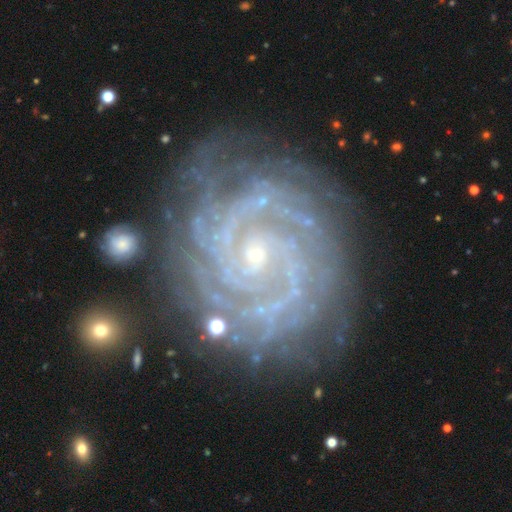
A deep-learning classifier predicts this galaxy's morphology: Q: Smooth or featured?
A: featured or disk (92%); runner-up: star or artifact (5%)
Q: Edge-on disk?
A: no (98%); runner-up: yes (2%)
Q: Bar?
A: no (65%); runner-up: weak (24%)
Q: Spiral arms?
A: yes (99%); runner-up: no (1%)
Q: Spiral winding?
A: tight (84%); runner-up: medium (14%)
Q: Spiral arm count?
A: 2 (29%); runner-up: 3 (20%)
Q: Bulge size?
A: small (79%); runner-up: moderate (17%)
Q: Merging?
A: none (77%); runner-up: minor disturbance (16%)